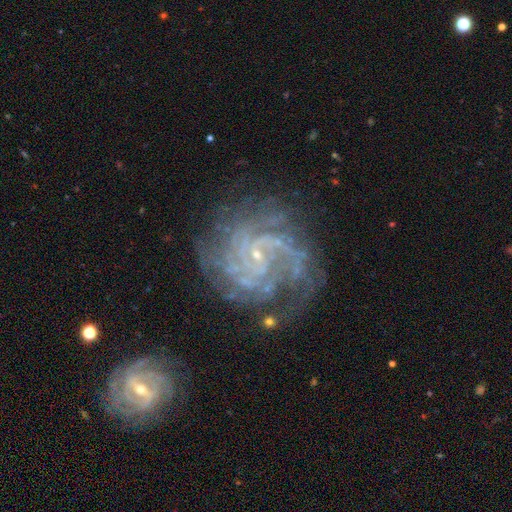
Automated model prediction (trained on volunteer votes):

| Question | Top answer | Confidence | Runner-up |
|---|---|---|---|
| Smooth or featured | featured or disk | 89% | star or artifact (7%) |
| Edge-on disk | no | 98% | yes (2%) |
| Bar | no | 59% | weak (31%) |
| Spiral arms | yes | 98% | no (2%) |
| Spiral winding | tight | 65% | medium (30%) |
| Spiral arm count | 4 | 21% | can't tell (20%) |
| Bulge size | small | 86% | moderate (6%) |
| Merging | none | 66% | minor disturbance (18%) |